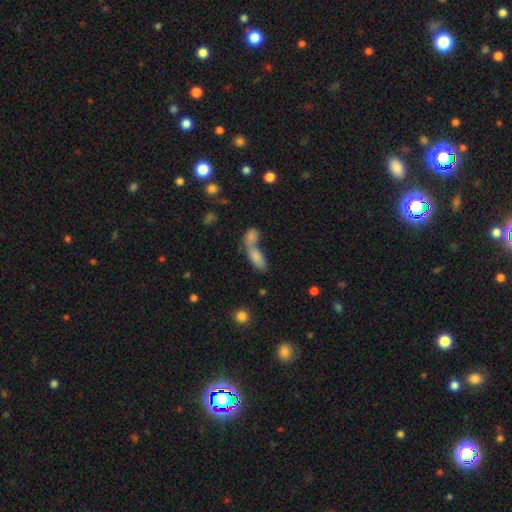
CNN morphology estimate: Smooth or featured? Predicted: smooth (p=0.79). How rounded? Predicted: in between (p=0.73). Merging? Predicted: merger (p=0.59).